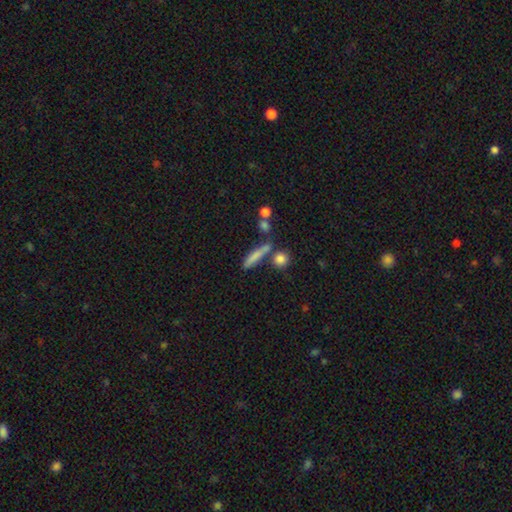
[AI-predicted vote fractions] Overall: smooth (71%). How rounded: cigar-shaped (80%). Merging: none (66%).